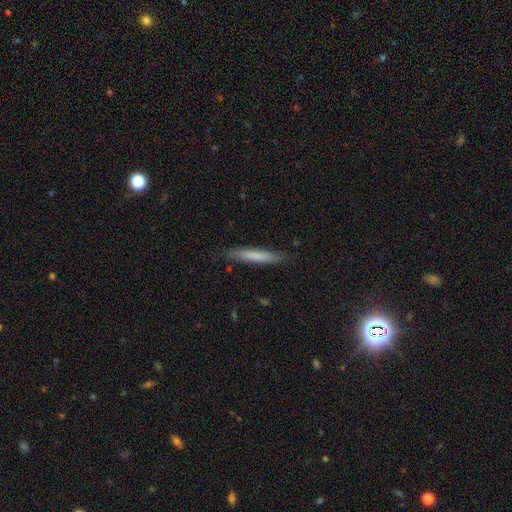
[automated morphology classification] smooth 71%, featured or disk 23%, star or artifact 6%. Down the decision tree: how rounded — cigar-shaped (94%); merging — none (84%).